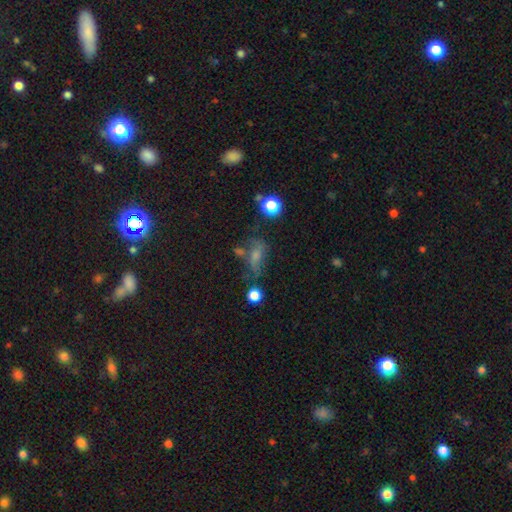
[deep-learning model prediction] Smooth or featured: smooth — 42% (star or artifact — 31%)
Merging: none — 49% (minor disturbance — 22%)